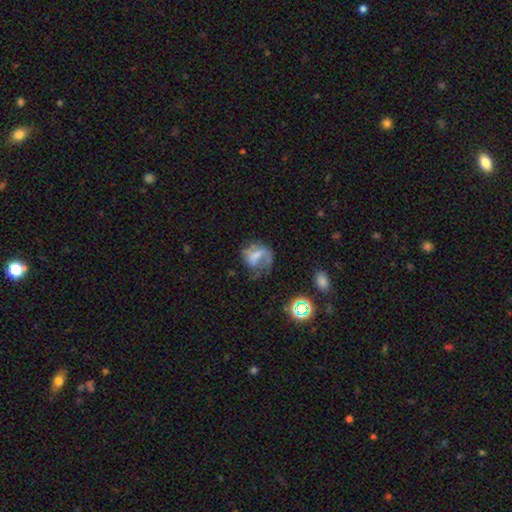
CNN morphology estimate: Smooth or featured? featured or disk (50%)
Edge-on disk? no (96%)
Merging? major disturbance (38%)